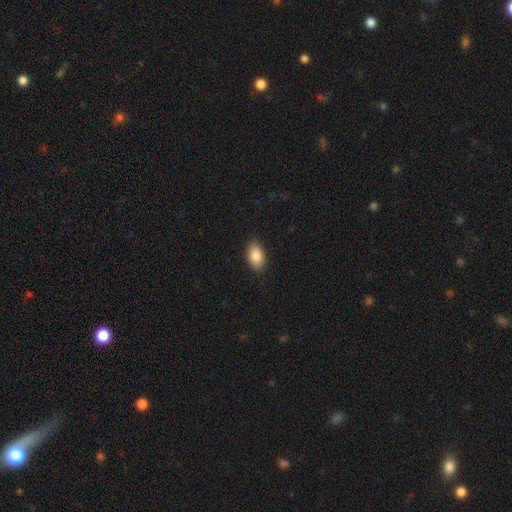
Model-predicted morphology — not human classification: Overall: smooth (88%). How rounded: in between (92%). Merging: none (88%).